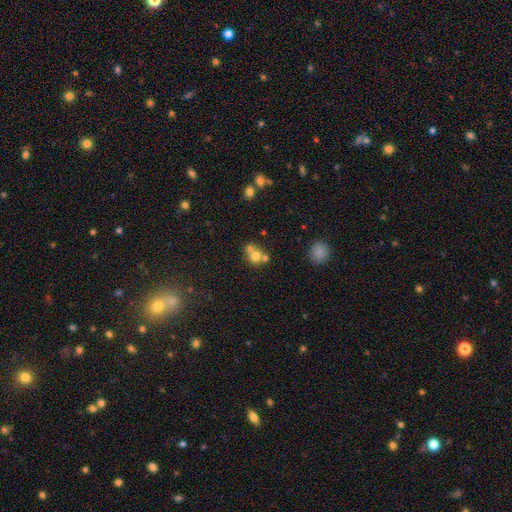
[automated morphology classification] Smooth or featured? smooth (67%)
How rounded? round (82%)
Merging? merger (49%)